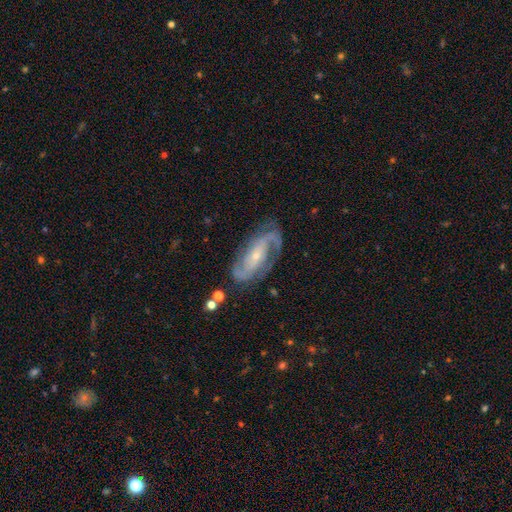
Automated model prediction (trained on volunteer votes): This is clearly a featured or disk galaxy (87%). It is clearly not viewed edge-on (95%). Bar: possibly no (47%). Spiral arm pattern: clearly yes (97%). Spiral arm count: clearly 2 (82%). Spiral winding: possibly medium (47%). Central bulge: likely small (73%). Merging: likely none (75%).